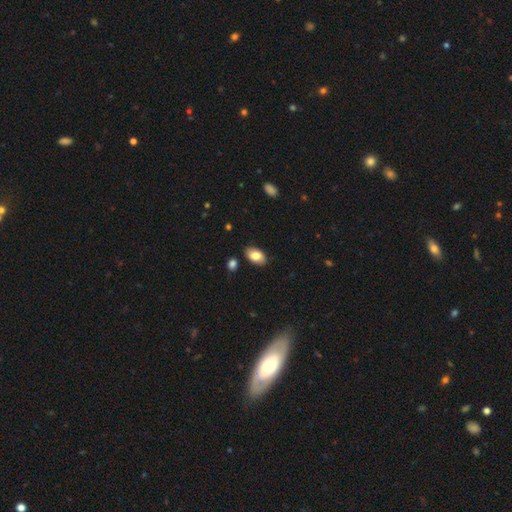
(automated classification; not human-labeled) This is clearly a smooth galaxy (81%). How rounded: clearly in between (92%). Merging: clearly none (85%).